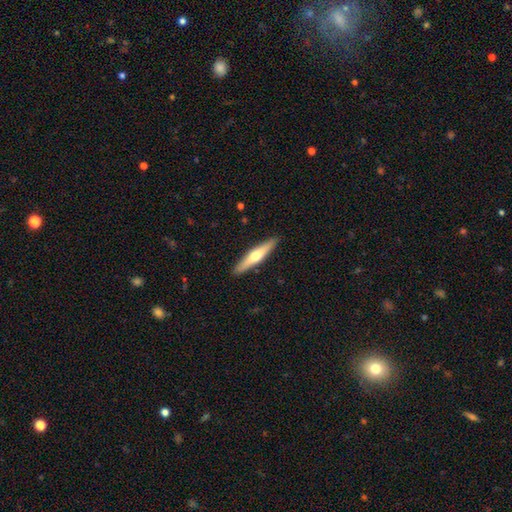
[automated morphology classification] type=featured or disk (50%); edge-on=yes (95%); merging=none (91%).